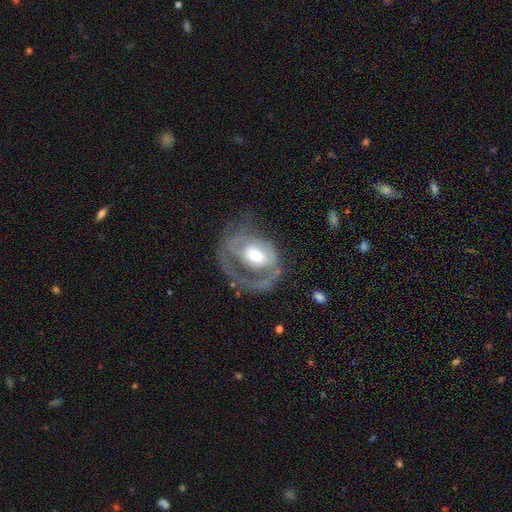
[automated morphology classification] smooth-or-featured: featured or disk: 73% | smooth: 21% | star or artifact: 6%
  disk-edge-on: no: 97% | yes: 3%
    bar: no: 50% | weak: 37% | strong: 14%
    has-spiral-arms: yes: 74% | no: 26%
      spiral-winding: medium: 39% | tight: 38% | loose: 23%
      spiral-arm-count: 1: 51% | 2: 27% | can't tell: 16% | 3: 3% | 4: 1% | more than 4: 1%
    bulge-size: moderate: 65% | large: 19% | small: 13% | dominant: 2% | none: 1%
  merging: major disturbance: 41% | none: 36% | minor disturbance: 20% | merger: 3%